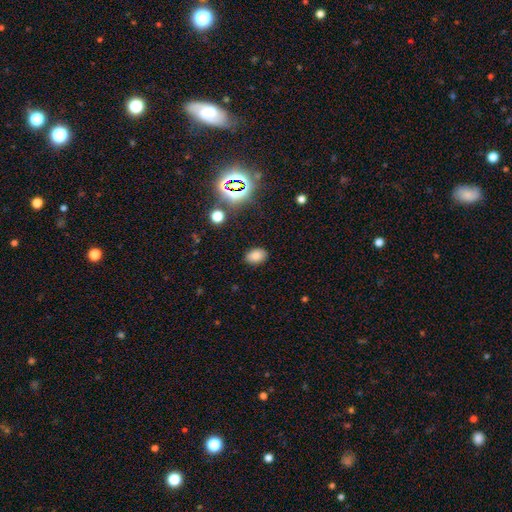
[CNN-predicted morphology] Smooth or featured: smooth — 78% (star or artifact — 16%)
How rounded: in between — 81% (round — 18%)
Merging: none — 86% (minor disturbance — 9%)